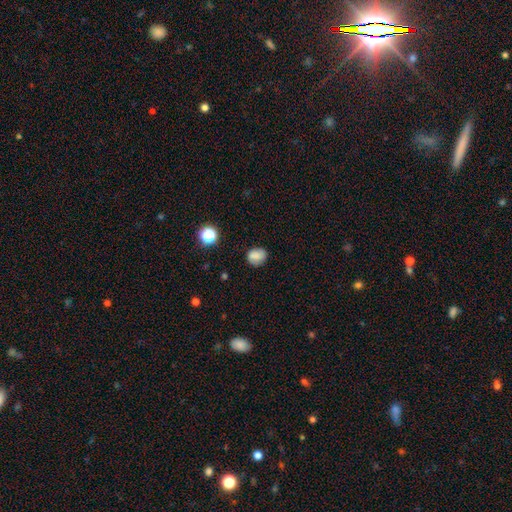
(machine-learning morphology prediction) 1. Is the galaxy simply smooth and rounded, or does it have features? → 78% smooth, 12% star or artifact, 10% featured or disk.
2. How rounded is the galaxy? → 62% round, 37% in between, 1% cigar-shaped.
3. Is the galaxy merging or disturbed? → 75% none, 18% minor disturbance, 5% major disturbance, 2% merger.